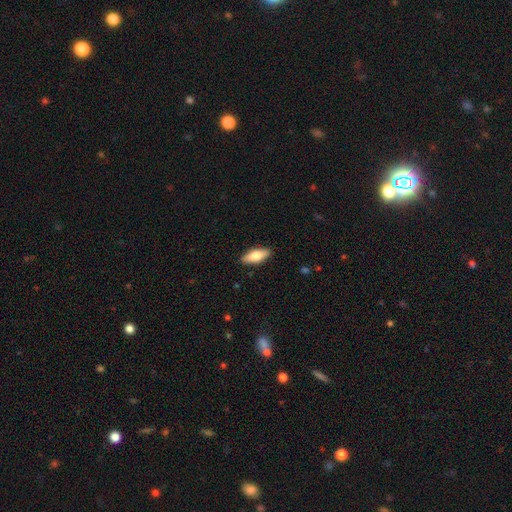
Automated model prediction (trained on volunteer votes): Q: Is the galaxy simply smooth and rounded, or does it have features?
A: smooth — 73%.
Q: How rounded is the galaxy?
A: in between — 74%.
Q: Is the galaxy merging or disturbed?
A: none — 88%.